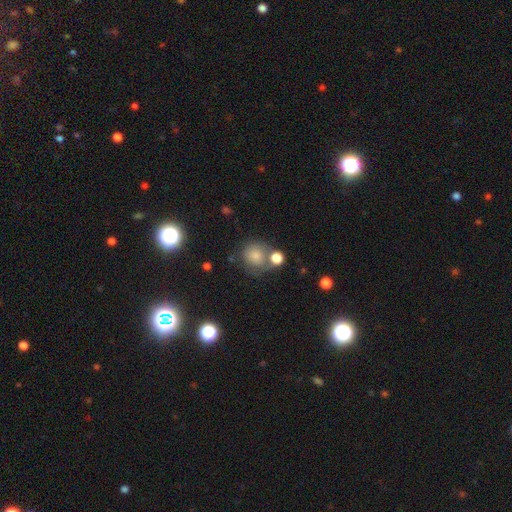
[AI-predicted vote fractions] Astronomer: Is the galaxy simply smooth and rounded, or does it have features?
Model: smooth — 77%.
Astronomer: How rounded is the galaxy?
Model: round — 84%.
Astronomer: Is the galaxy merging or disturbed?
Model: none — 50%.